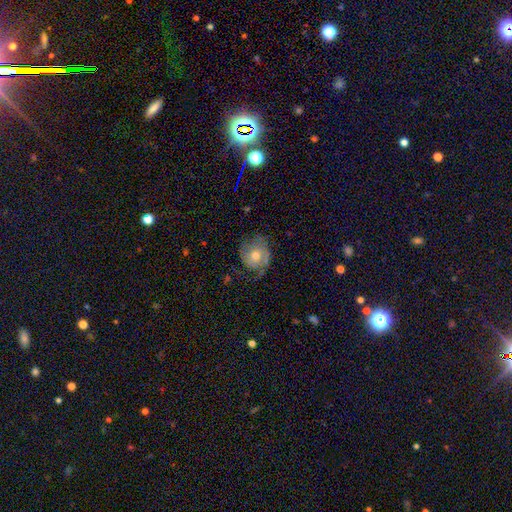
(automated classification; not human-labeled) Smooth or featured?
  - featured or disk: 53% *
  - smooth: 39%
  - star or artifact: 8%
Edge-on disk?
  - no: 96% *
  - yes: 4%
Bar?
  - no: 81% *
  - weak: 16%
  - strong: 3%
Spiral arms?
  - yes: 77% *
  - no: 23%
Bulge size?
  - moderate: 69% *
  - small: 24%
  - large: 5%
  - none: 1%
  - dominant: 1%
Merging?
  - none: 56% *
  - minor disturbance: 25%
  - major disturbance: 18%
  - merger: 2%